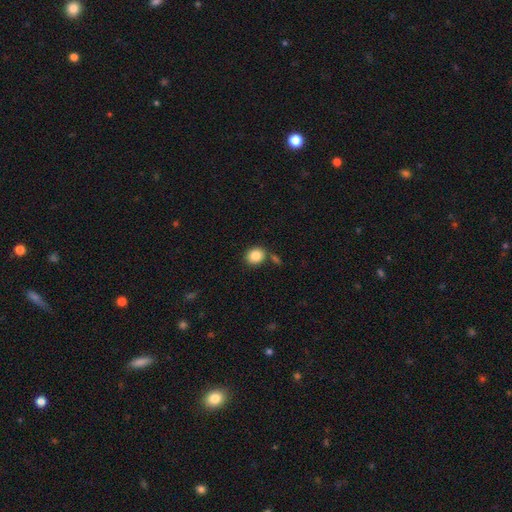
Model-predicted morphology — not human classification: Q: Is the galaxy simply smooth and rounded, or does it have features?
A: smooth — 85%.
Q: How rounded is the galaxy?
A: round — 70%.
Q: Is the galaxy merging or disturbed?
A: none — 76%.